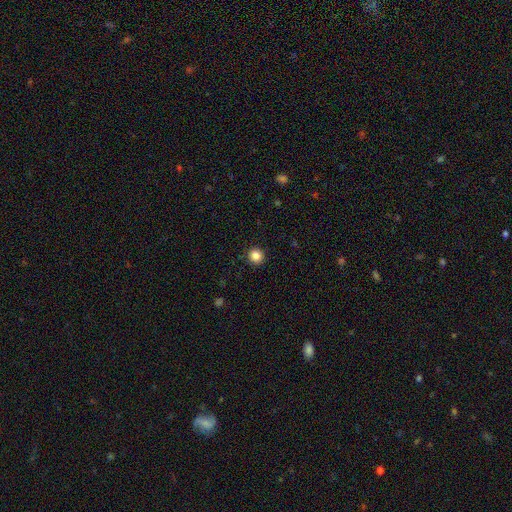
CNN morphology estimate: Q: Smooth or featured?
A: smooth (85%); runner-up: star or artifact (11%)
Q: How rounded?
A: round (93%); runner-up: in between (6%)
Q: Merging?
A: none (93%); runner-up: minor disturbance (5%)